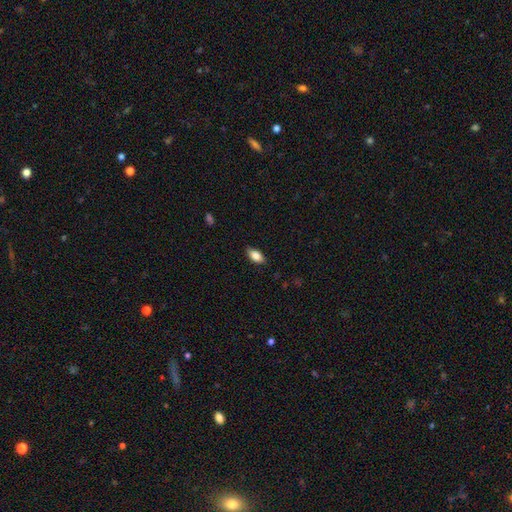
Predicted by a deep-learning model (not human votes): smooth 83%, featured or disk 9%, star or artifact 7%. Down the decision tree: how rounded — in between (90%); merging — none (85%).